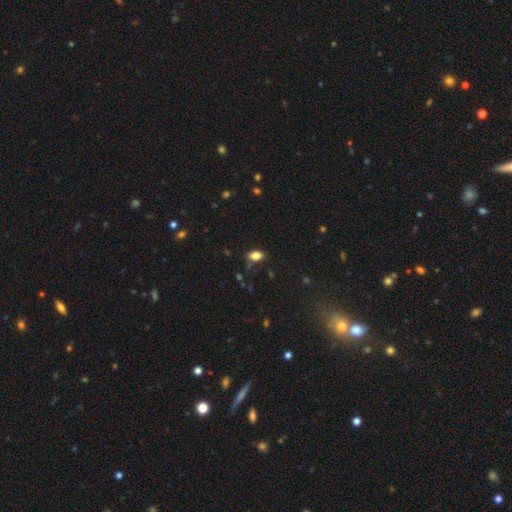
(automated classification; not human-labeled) Q: Smooth or featured?
A: smooth (83%); runner-up: star or artifact (10%)
Q: How rounded?
A: in between (86%); runner-up: round (11%)
Q: Merging?
A: none (76%); runner-up: minor disturbance (17%)